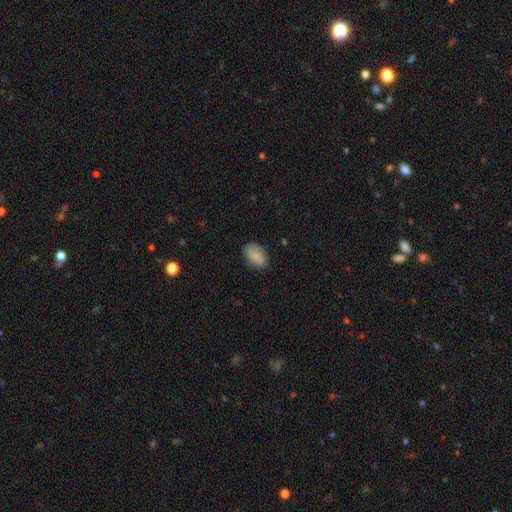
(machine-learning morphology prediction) The model was most divided on "merging": none: 79%, minor disturbance: 17%, major disturbance: 3%, merger: 1%. More confident: how rounded — in between (90%); smooth or featured — smooth (82%).